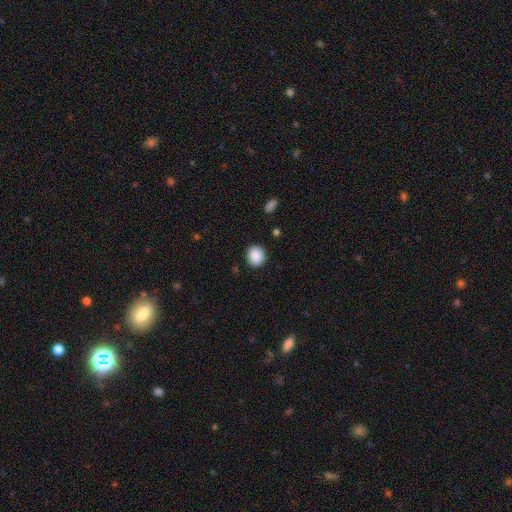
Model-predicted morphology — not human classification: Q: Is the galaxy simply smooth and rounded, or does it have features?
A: smooth — 89%.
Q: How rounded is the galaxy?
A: round — 79%.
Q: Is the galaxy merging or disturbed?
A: none — 88%.